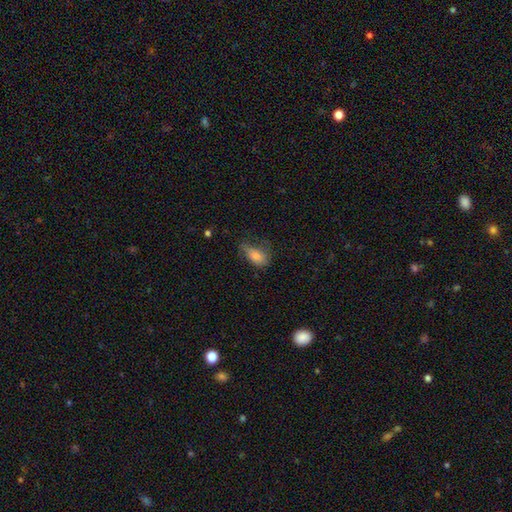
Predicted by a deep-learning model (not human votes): Overall: smooth (74%). How rounded: in between (85%). Merging: none (42%; minor disturbance 33%).